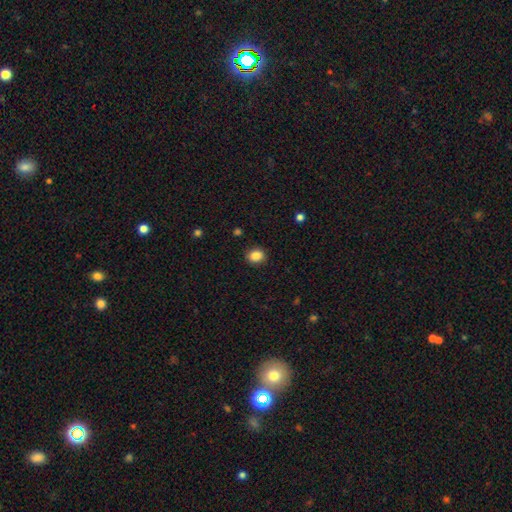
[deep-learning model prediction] smooth-or-featured: smooth: 86% | star or artifact: 9% | featured or disk: 4%
  how-rounded: round: 61% | in between: 38% | cigar-shaped: 1%
  merging: none: 89% | minor disturbance: 7% | major disturbance: 2% | merger: 1%